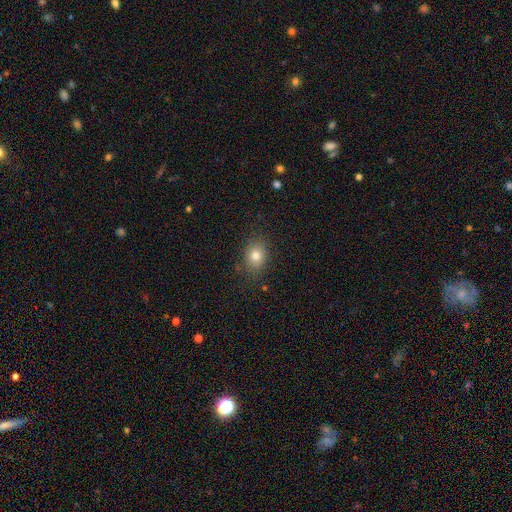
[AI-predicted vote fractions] smooth 78%, star or artifact 12%, featured or disk 10%. Down the decision tree: how rounded — in between (54%); merging — none (83%).